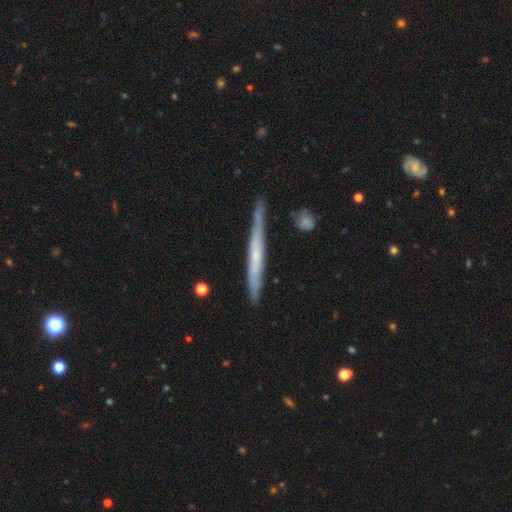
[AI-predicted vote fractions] This appears to be a featured or disk galaxy (57%) viewed edge-on (94%) with no central bulge (77%). Merging: none (81%).